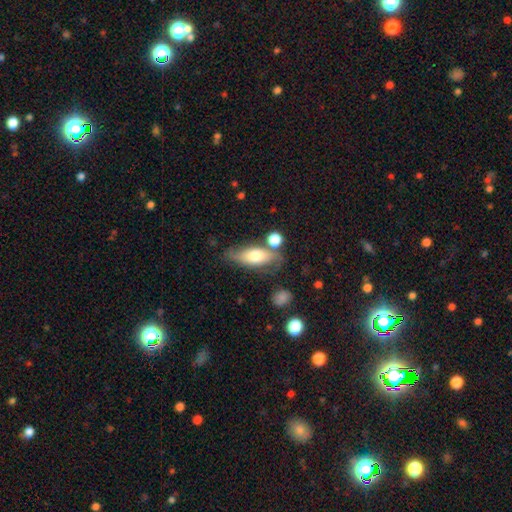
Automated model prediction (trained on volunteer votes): Smooth or featured? smooth (57%)
How rounded? in between (74%)
Merging? none (60%)